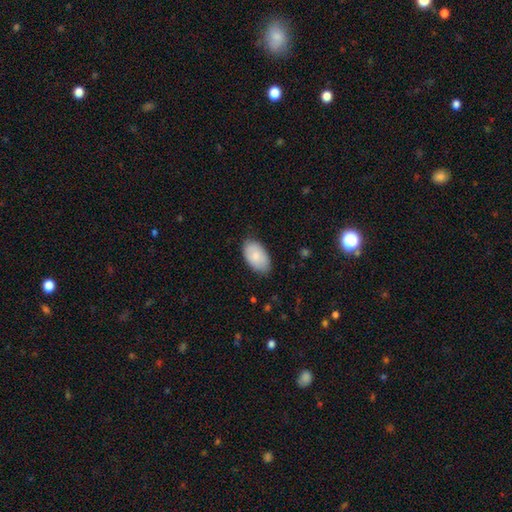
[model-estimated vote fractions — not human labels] Smooth or featured?
  - smooth: 83% *
  - featured or disk: 11%
  - star or artifact: 6%
How rounded?
  - in between: 95% *
  - round: 4%
  - cigar-shaped: 1%
Merging?
  - none: 81% *
  - minor disturbance: 16%
  - major disturbance: 3%
  - merger: 1%